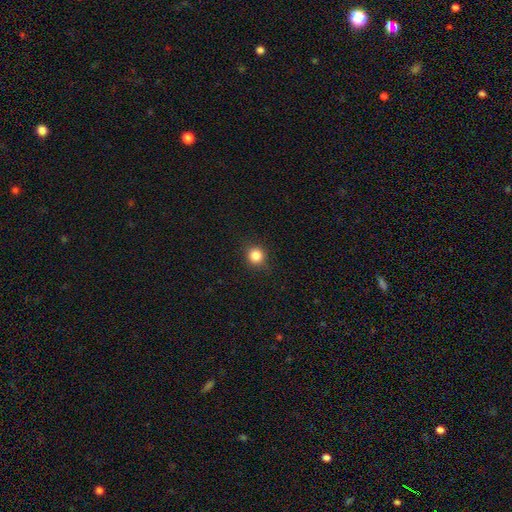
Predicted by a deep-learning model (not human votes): Smooth or featured? smooth (85%)
How rounded? round (91%)
Merging? none (88%)